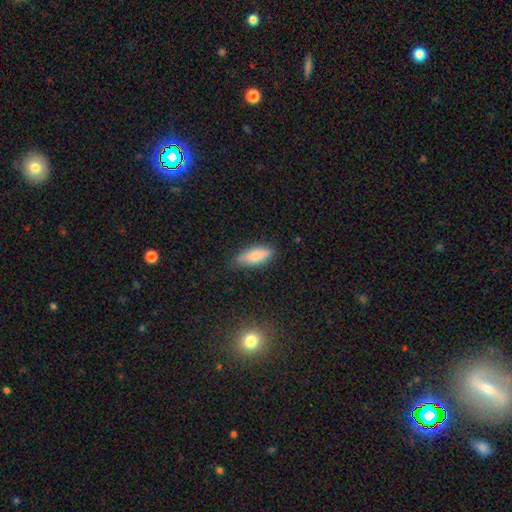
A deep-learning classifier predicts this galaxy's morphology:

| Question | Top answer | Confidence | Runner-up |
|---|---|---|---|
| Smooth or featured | smooth | 76% | featured or disk (17%) |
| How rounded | in between | 65% | cigar-shaped (33%) |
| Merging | none | 76% | minor disturbance (19%) |